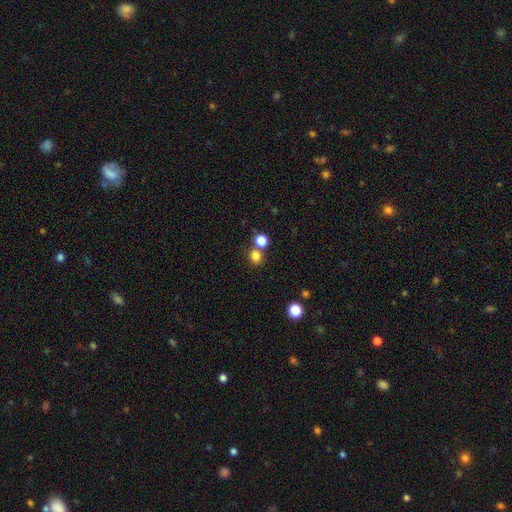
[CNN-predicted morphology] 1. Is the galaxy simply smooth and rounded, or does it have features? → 80% smooth, 15% star or artifact, 5% featured or disk.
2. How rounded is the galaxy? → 80% round, 19% in between, 1% cigar-shaped.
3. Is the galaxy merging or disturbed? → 64% none, 25% merger, 7% minor disturbance, 3% major disturbance.